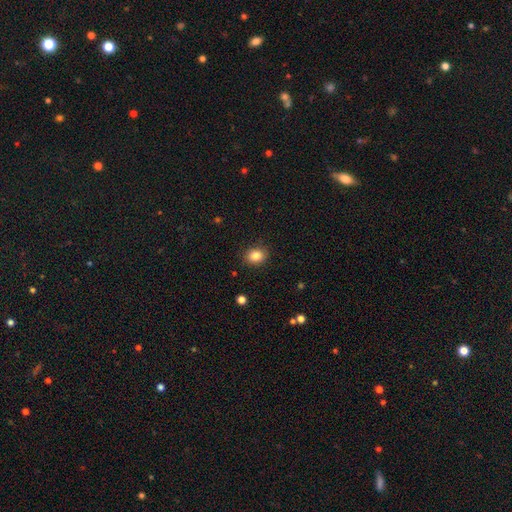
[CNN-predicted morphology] This appears to be a smooth galaxy with no disk features (84%) that is round (52%). Merging: none (89%).